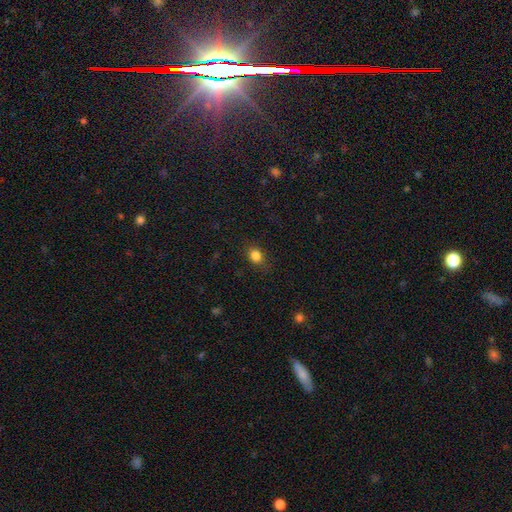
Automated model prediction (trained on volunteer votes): Smooth or featured? Predicted: smooth (p=0.83). How rounded? Predicted: in between (p=0.50). Merging? Predicted: none (p=0.83).